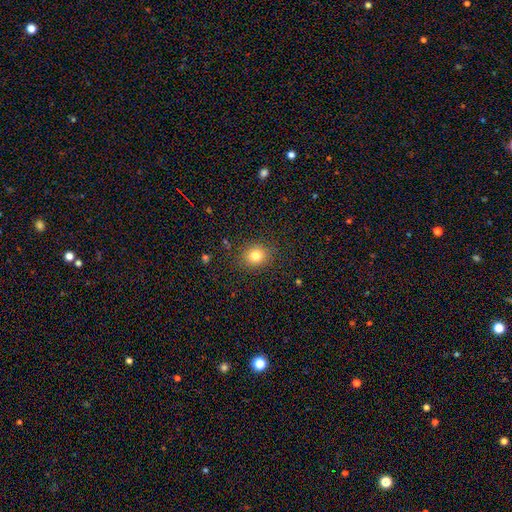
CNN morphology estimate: type=smooth (79%); roundness=round (71%); merging=none (87%).